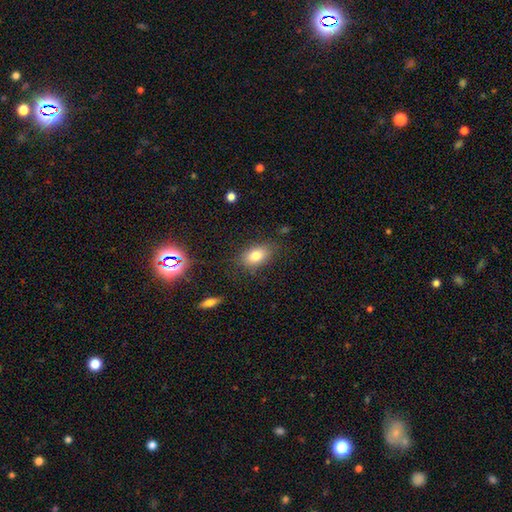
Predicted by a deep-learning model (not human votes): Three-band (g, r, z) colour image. It shows a smooth galaxy with no disk features (80%) that is in between round and cigar-shaped (85%). Merging: none (78%).